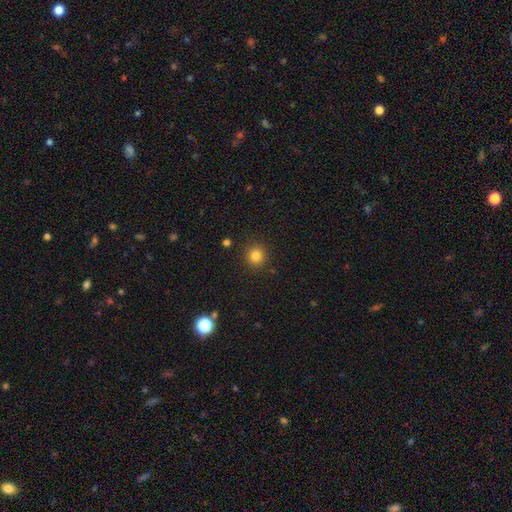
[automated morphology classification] Smooth or featured? smooth (82%)
How rounded? round (92%)
Merging? none (90%)